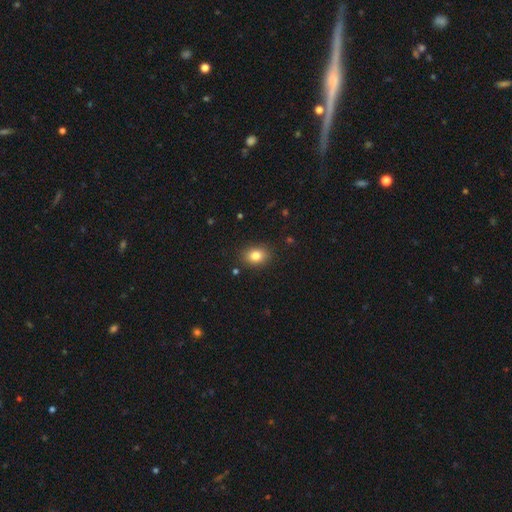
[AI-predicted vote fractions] A smooth galaxy with no disk features (82%) that is in between round and cigar-shaped (65%). Merging: none (87%).